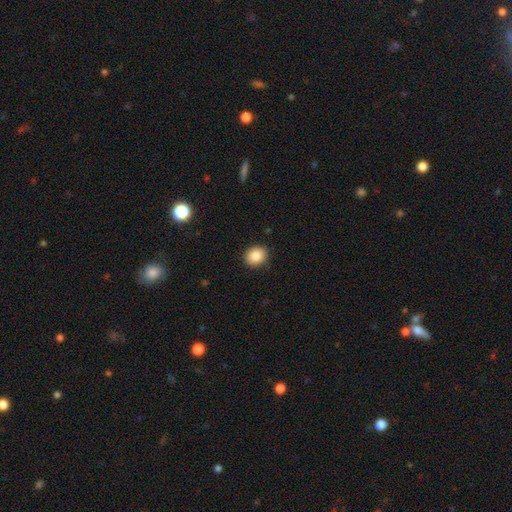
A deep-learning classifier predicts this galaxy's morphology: Overall: smooth (86%). How rounded: round (61%; in between 38%). Merging: none (90%).